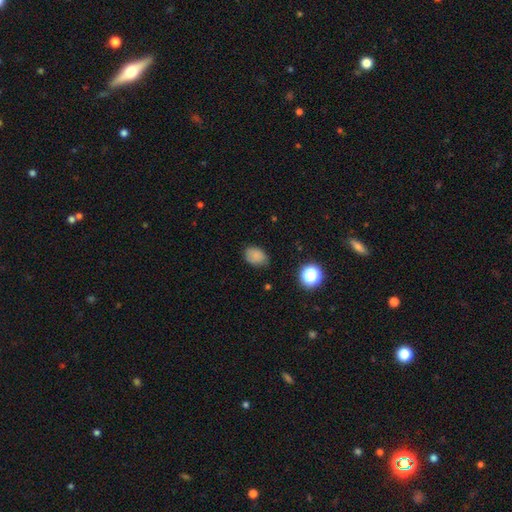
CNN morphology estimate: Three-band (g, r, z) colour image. It shows a smooth galaxy with no disk features (82%) that is in between round and cigar-shaped (73%). Merging: none (75%).